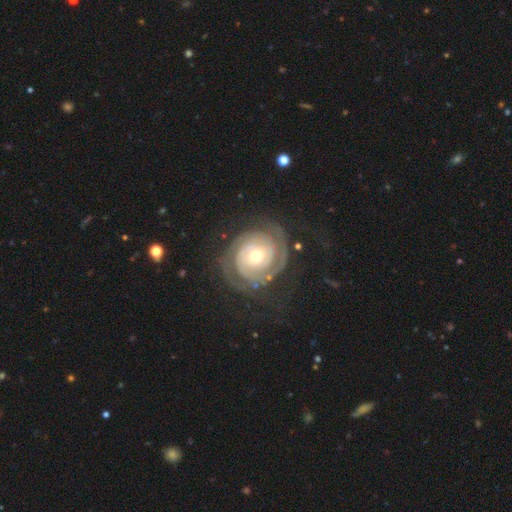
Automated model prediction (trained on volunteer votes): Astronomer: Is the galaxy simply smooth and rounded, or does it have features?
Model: featured or disk — 88%.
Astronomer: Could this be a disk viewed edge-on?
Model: no — 98%.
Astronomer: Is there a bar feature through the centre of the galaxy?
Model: no — 74%.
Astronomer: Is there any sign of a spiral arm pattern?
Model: yes — 97%.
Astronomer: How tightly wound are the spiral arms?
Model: tight — 80%.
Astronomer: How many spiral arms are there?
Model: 2 — 56%.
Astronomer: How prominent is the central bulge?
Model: moderate — 61%.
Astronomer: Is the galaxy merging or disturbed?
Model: none — 73%.